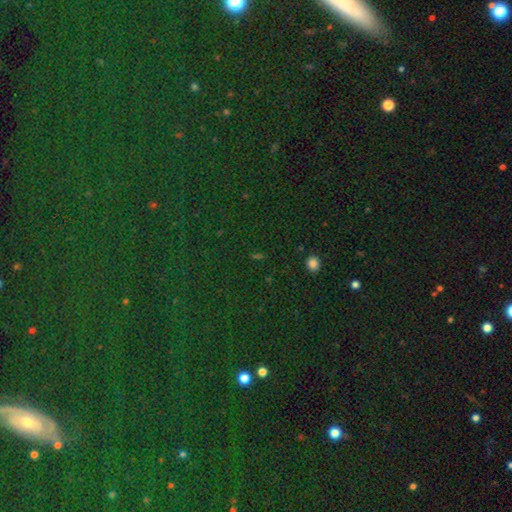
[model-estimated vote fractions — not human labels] star or artifact 81%, smooth 12%, featured or disk 7%.